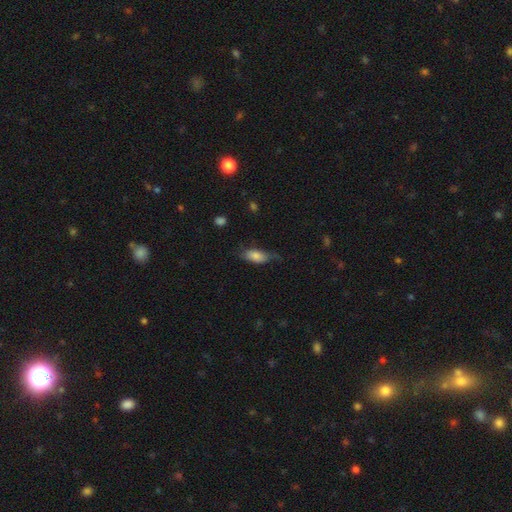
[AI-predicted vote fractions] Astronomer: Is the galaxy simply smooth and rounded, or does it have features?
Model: smooth — 74%.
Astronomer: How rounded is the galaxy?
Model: in between — 84%.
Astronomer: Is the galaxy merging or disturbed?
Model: none — 48% (runner-up: minor disturbance, 34%).